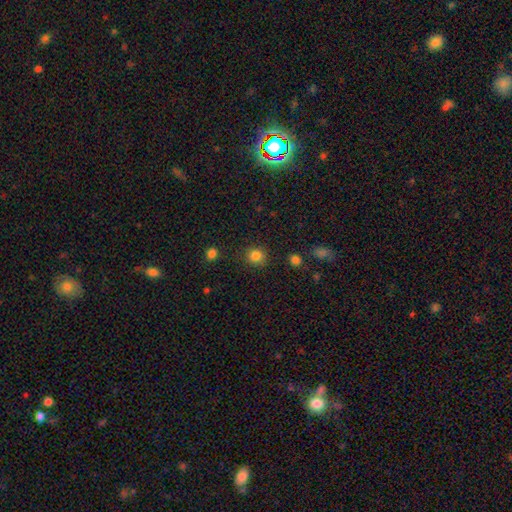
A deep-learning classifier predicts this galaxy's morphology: Smooth or featured: smooth — 84% (star or artifact — 12%)
How rounded: round — 89% (in between — 10%)
Merging: none — 87% (minor disturbance — 8%)